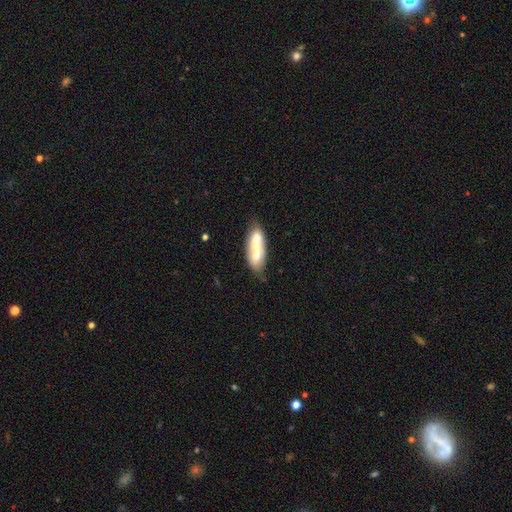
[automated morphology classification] This appears to be a featured or disk galaxy (52%). Merging: none (59%).